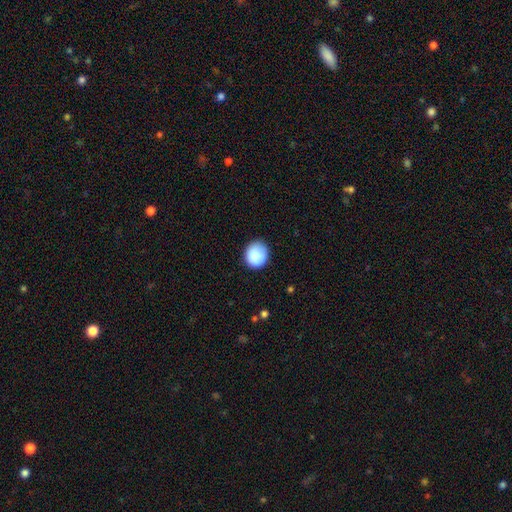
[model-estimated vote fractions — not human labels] Smooth or featured? smooth (88%)
How rounded? round (82%)
Merging? none (85%)